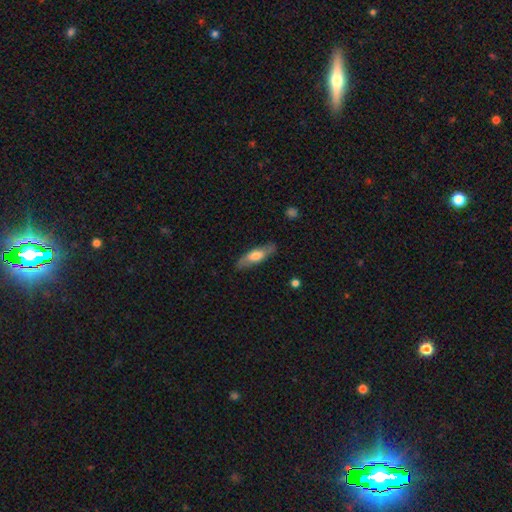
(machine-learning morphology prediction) Overall: smooth (59%; featured or disk 36%). How rounded: cigar-shaped (53%; in between 44%). Merging: none (83%).